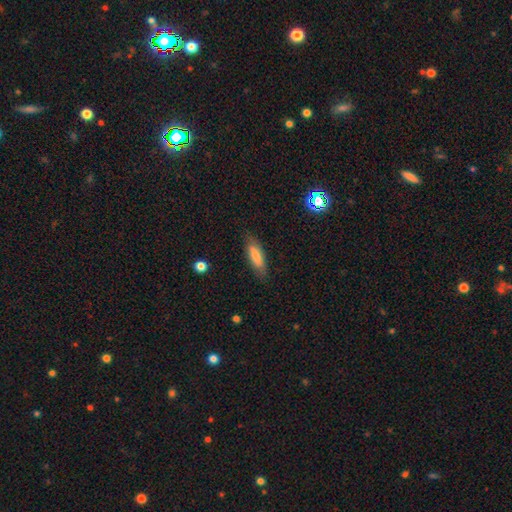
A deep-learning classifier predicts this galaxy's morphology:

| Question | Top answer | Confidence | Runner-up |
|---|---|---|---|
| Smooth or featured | smooth | 73% | featured or disk (18%) |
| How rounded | cigar-shaped | 57% | in between (42%) |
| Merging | none | 83% | minor disturbance (13%) |